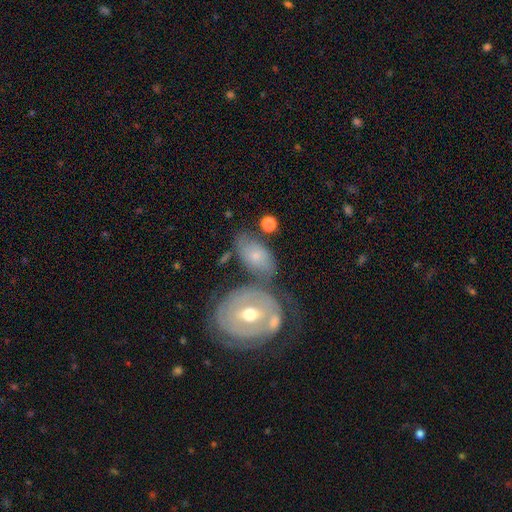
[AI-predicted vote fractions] Smooth or featured?
  - featured or disk: 50% *
  - smooth: 43%
  - star or artifact: 7%
Edge-on disk?
  - no: 92% *
  - yes: 8%
Merging?
  - none: 44% *
  - merger: 27%
  - minor disturbance: 19%
  - major disturbance: 9%